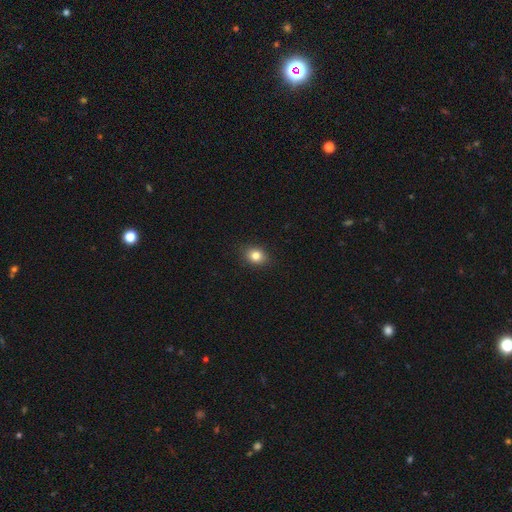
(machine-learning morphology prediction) Smooth or featured?
  - smooth: 82% *
  - star or artifact: 11%
  - featured or disk: 7%
How rounded?
  - round: 51% *
  - in between: 48%
  - cigar-shaped: 1%
Merging?
  - none: 89% *
  - minor disturbance: 8%
  - major disturbance: 2%
  - merger: 1%